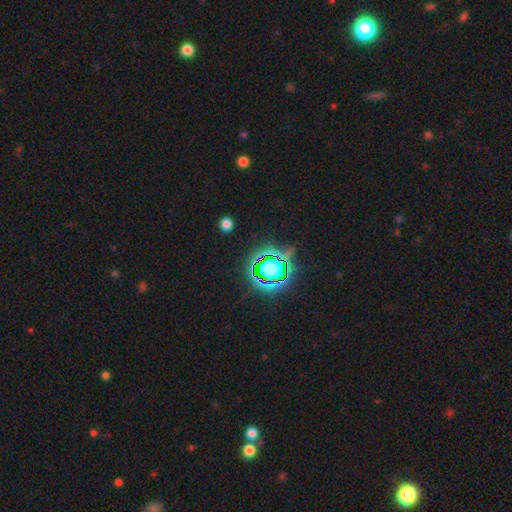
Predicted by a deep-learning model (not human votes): Smooth or featured? star or artifact (83%)